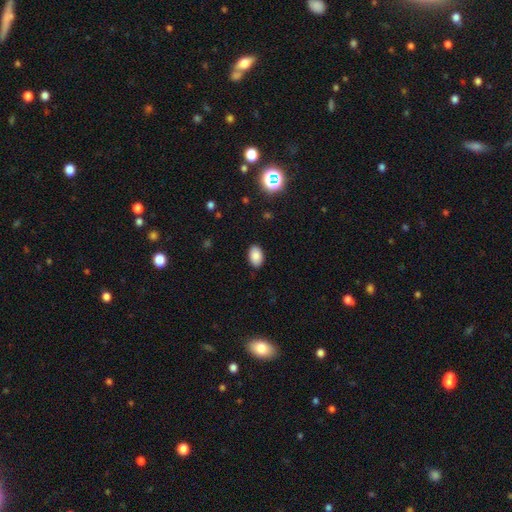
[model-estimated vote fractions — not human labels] A smooth galaxy with no disk features (87%) that is in between round and cigar-shaped (90%). Merging: none (88%).